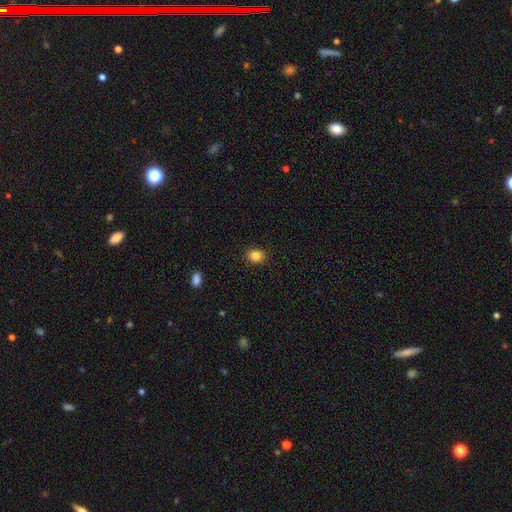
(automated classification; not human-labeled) This is clearly a smooth galaxy (85%). How rounded: possibly round (58%). Merging: clearly none (90%).